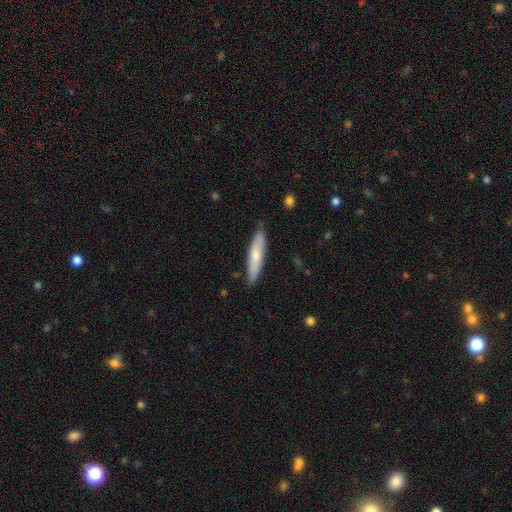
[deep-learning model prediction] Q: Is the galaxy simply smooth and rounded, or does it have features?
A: smooth — 65%.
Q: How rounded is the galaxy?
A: cigar-shaped — 85%.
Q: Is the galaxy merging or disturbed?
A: none — 84%.